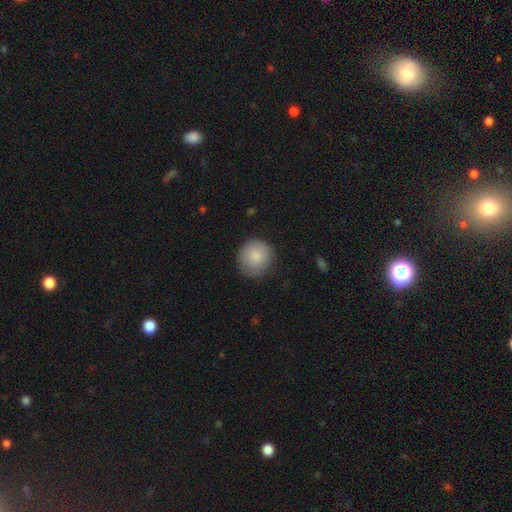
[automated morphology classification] smooth_or_featured: smooth (p=0.84) [alt: featured or disk p=0.09]
how_rounded: round (p=0.90) [alt: in between p=0.09]
merging: none (p=0.81) [alt: minor disturbance p=0.15]